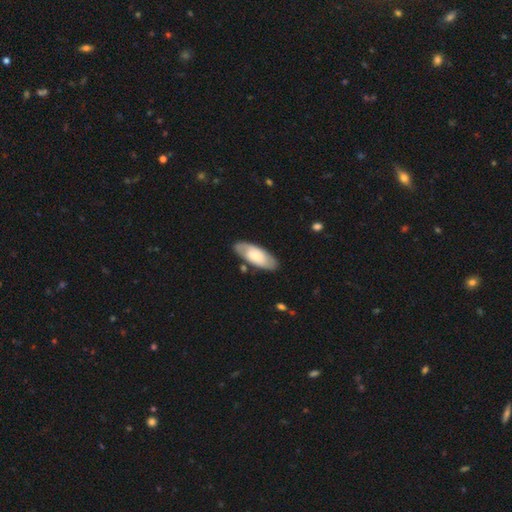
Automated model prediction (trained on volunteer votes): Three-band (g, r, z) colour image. It shows a smooth galaxy with no disk features (55%) that is in between round and cigar-shaped (82%). Merging: none (80%).